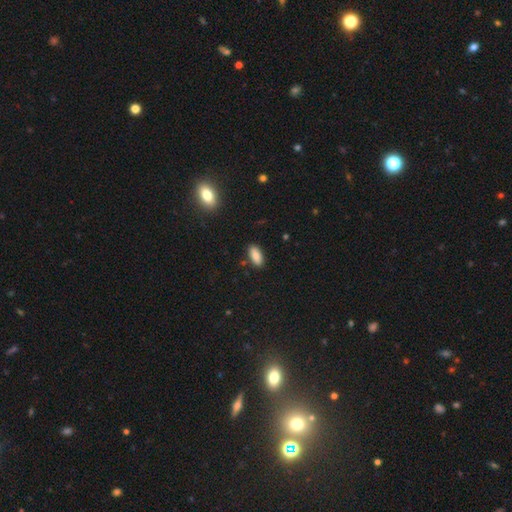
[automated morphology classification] This is clearly a smooth galaxy (84%). How rounded: clearly in between (86%). Merging: clearly none (86%).